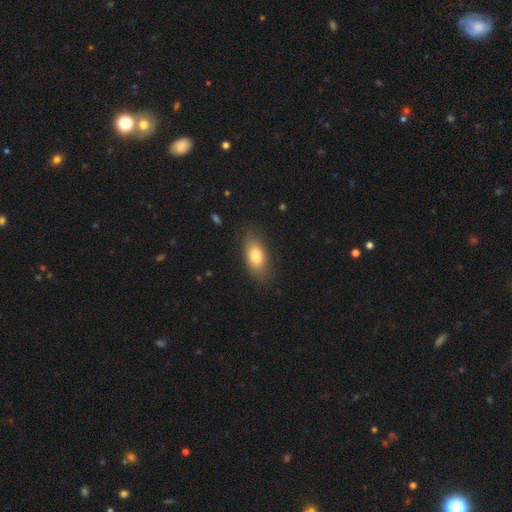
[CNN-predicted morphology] Overall: smooth (79%). How rounded: in between (89%). Merging: none (79%).